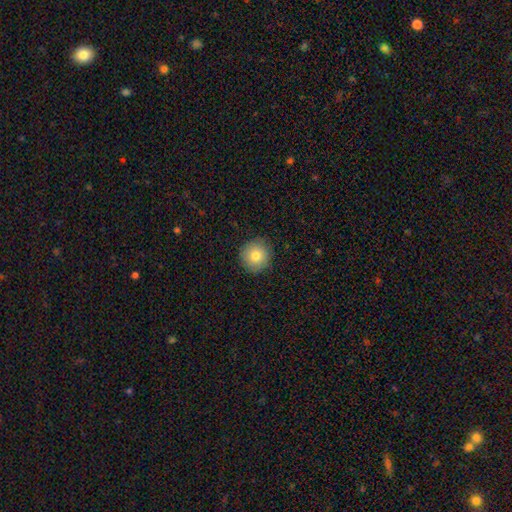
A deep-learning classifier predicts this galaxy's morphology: This appears to be a smooth galaxy with no disk features (81%) that is round (95%). Merging: none (89%).